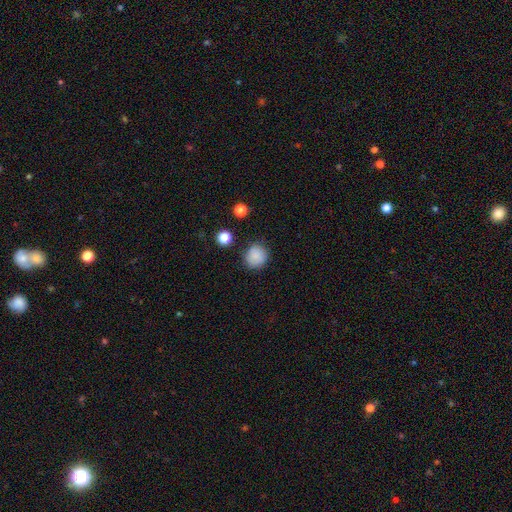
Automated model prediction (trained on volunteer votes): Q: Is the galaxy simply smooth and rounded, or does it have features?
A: smooth — 85%.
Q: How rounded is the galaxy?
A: round — 88%.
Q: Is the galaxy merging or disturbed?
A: none — 82%.